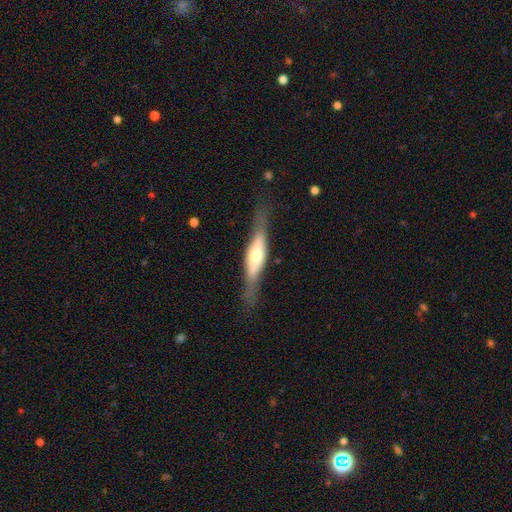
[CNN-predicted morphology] A featured or disk galaxy (62%) viewed edge-on (90%) with a rounded central bulge (82%). Merging: none (78%).